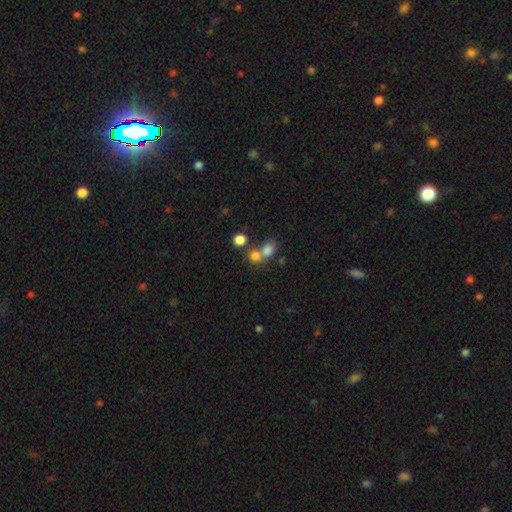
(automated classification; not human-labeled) Overall: smooth (76%). How rounded: round (74%). Merging: merger (46%; none 43%).